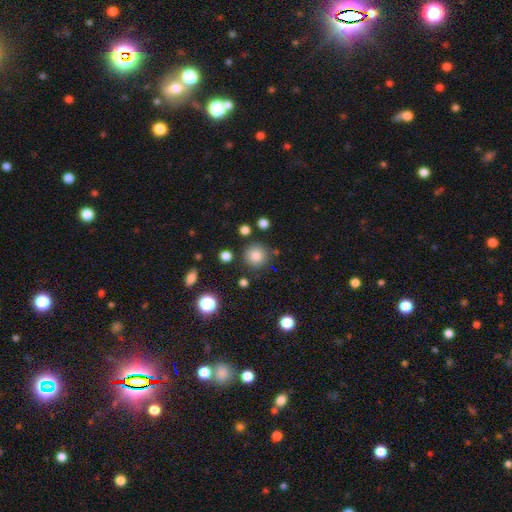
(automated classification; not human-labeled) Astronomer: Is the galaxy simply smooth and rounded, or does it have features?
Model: smooth — 83%.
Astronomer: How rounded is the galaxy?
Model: round — 93%.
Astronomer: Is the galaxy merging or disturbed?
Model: none — 84%.